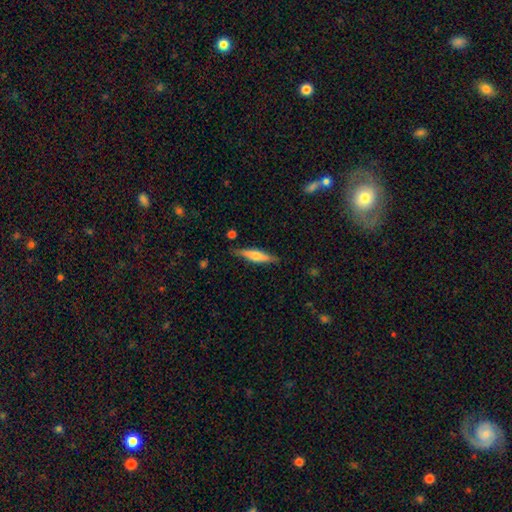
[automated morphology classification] Smooth or featured?
  - featured or disk: 49% *
  - smooth: 45%
  - star or artifact: 6%
Merging?
  - none: 85% *
  - minor disturbance: 11%
  - major disturbance: 2%
  - merger: 2%